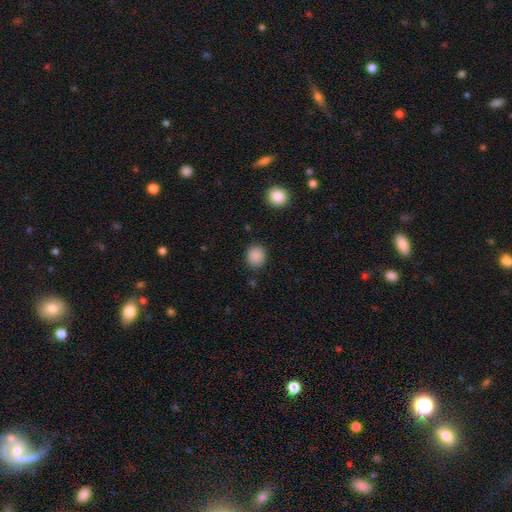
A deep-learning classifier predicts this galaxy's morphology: smooth-or-featured: smooth: 88% | star or artifact: 9% | featured or disk: 3%
  how-rounded: round: 71% | in between: 28% | cigar-shaped: 1%
  merging: none: 86% | minor disturbance: 9% | major disturbance: 3% | merger: 2%